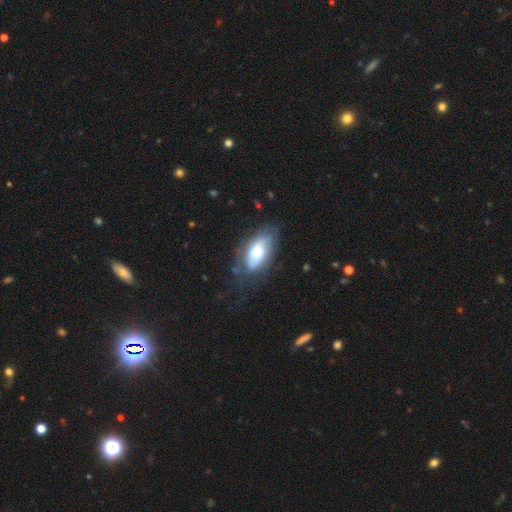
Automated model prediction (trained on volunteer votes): Overall: smooth (59%; featured or disk 34%). How rounded: in between (90%). Merging: none (60%; minor disturbance 26%).